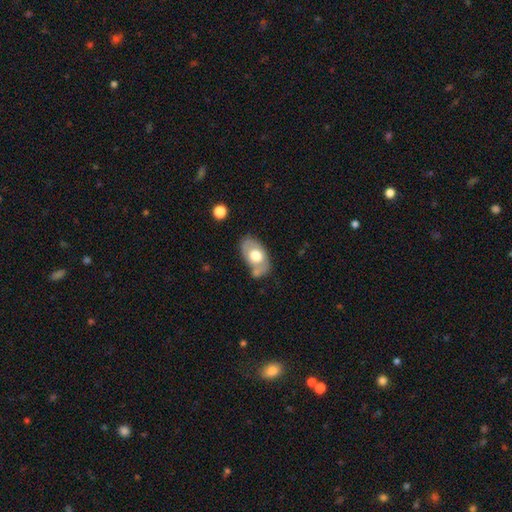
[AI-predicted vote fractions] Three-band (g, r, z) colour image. It shows a smooth galaxy with no disk features (58%) that is in between round and cigar-shaped (89%). Merging: none (59%).